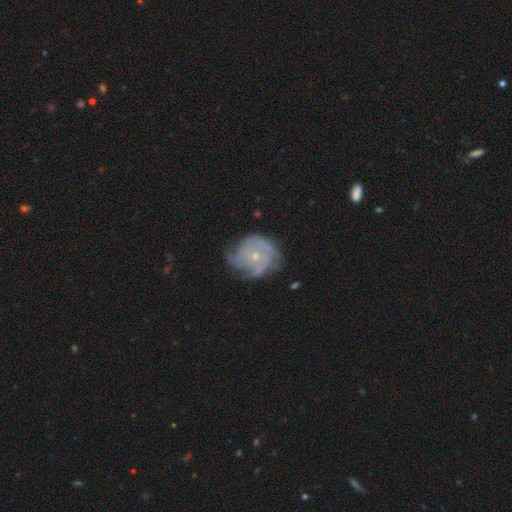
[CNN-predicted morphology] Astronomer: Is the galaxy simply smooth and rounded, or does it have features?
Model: featured or disk — 78%.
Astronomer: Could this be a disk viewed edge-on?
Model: no — 98%.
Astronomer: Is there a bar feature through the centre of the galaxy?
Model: no — 83%.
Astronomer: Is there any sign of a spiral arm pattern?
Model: yes — 89%.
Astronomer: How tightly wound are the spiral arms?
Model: tight — 58%.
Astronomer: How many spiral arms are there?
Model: can't tell — 30% (runner-up: 3, 28%).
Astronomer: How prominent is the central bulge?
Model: small — 70%.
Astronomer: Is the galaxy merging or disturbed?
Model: none — 59%.